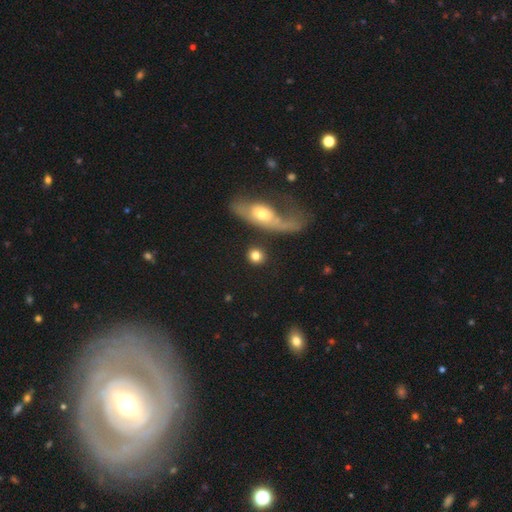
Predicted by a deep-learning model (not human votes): Smooth or featured? Predicted: smooth (p=0.80). How rounded? Predicted: round (p=0.86). Merging? Predicted: none (p=0.77).